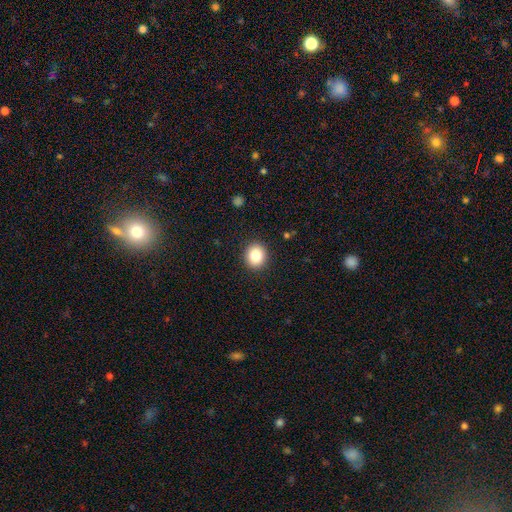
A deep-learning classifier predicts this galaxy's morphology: Q: Smooth or featured?
A: smooth (84%); runner-up: star or artifact (10%)
Q: How rounded?
A: round (77%); runner-up: in between (22%)
Q: Merging?
A: none (91%); runner-up: minor disturbance (6%)